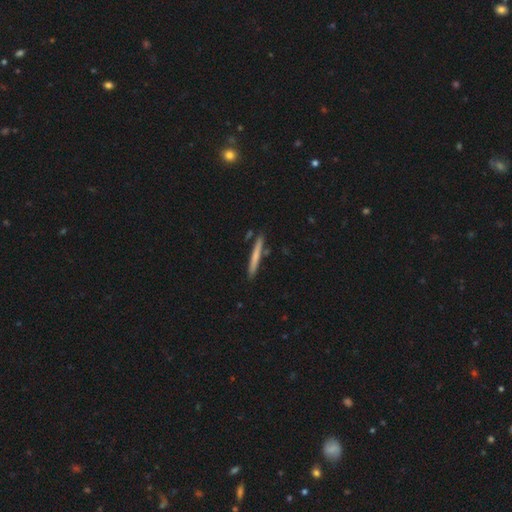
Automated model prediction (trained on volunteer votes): This appears to be a smooth galaxy with no disk features (62%) that is cigar-shaped (97%). Merging: none (87%).